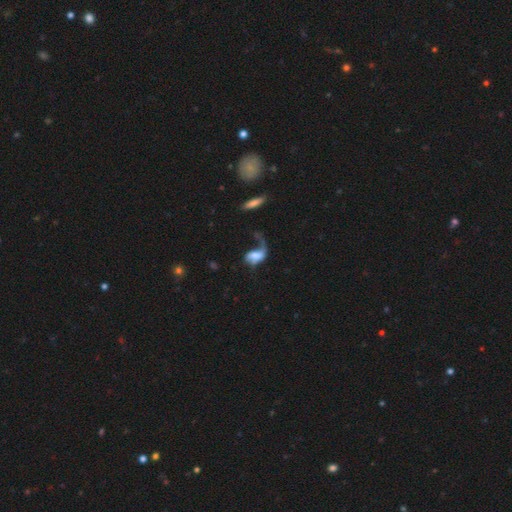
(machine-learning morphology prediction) A featured or disk galaxy (48%).

Vote fractions:
- Smooth or featured? featured or disk: 48% / smooth: 43% / star or artifact: 9%
- Merging? major disturbance: 51% / none: 22% / minor disturbance: 16% / merger: 11%